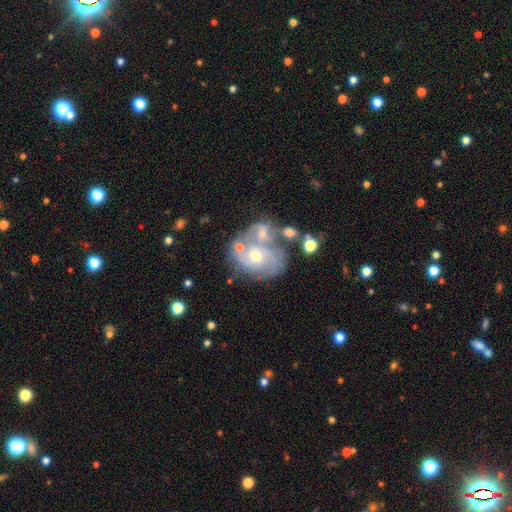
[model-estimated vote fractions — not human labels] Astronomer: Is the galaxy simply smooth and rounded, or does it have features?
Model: featured or disk — 76%.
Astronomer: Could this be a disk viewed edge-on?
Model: no — 97%.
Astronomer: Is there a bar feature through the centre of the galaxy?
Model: no — 71%.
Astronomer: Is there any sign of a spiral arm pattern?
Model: yes — 86%.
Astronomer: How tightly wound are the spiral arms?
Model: tight — 48% (runner-up: medium, 39%).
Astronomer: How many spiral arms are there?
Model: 2 — 34% (runner-up: can't tell, 32%).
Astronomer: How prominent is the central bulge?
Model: moderate — 54% (runner-up: small, 41%).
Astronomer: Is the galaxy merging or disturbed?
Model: merger — 37% (runner-up: none, 36%).